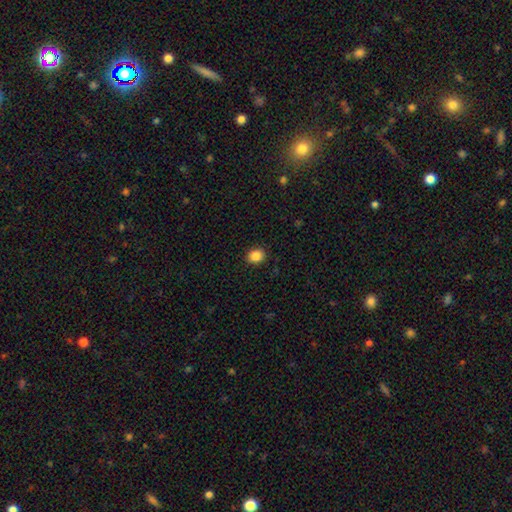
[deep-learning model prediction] Smooth or featured: smooth — 87% (star or artifact — 10%)
How rounded: round — 60% (in between — 39%)
Merging: none — 89% (minor disturbance — 8%)